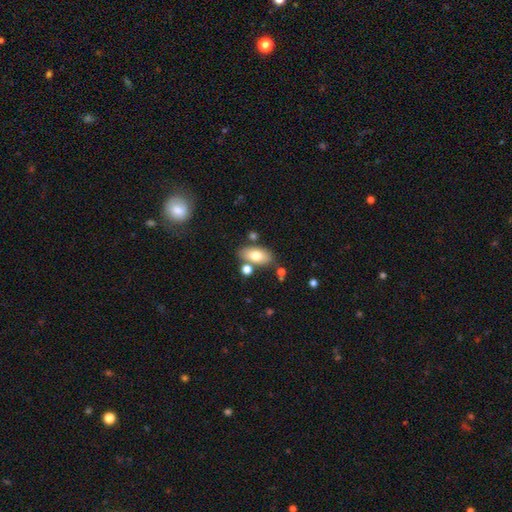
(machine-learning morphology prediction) smooth-or-featured: smooth: 74% | featured or disk: 18% | star or artifact: 8%
  how-rounded: in between: 90% | cigar-shaped: 5% | round: 5%
  merging: none: 74% | minor disturbance: 12% | merger: 11% | major disturbance: 3%